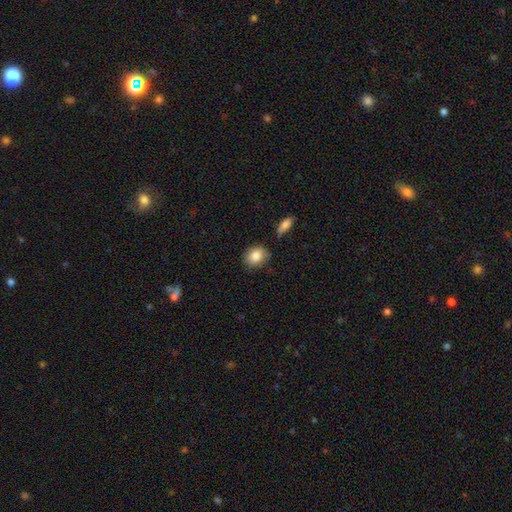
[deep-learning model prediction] Overall: smooth (85%). How rounded: in between (50%; round 49%). Merging: none (74%).